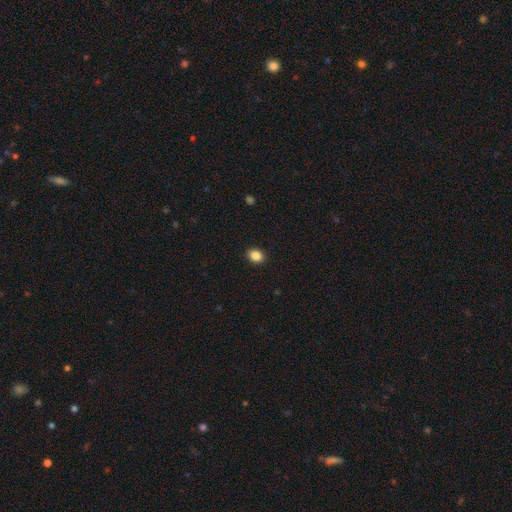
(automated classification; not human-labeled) Overall: smooth (87%). How rounded: in between (58%; round 41%). Merging: none (91%).